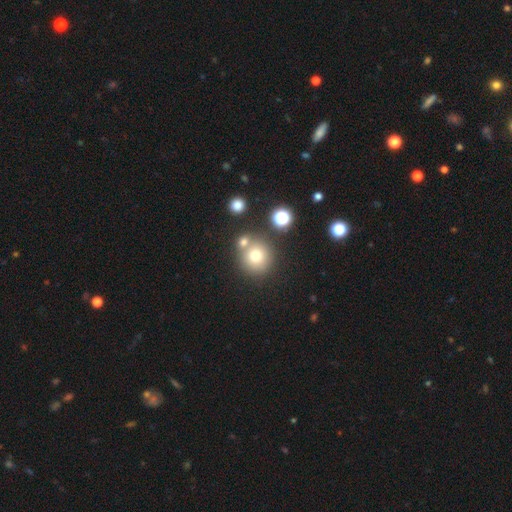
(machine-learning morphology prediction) Smooth or featured?
  - smooth: 72% *
  - star or artifact: 16%
  - featured or disk: 12%
How rounded?
  - round: 92% *
  - in between: 7%
  - cigar-shaped: 1%
Merging?
  - none: 66% *
  - merger: 23%
  - minor disturbance: 8%
  - major disturbance: 3%